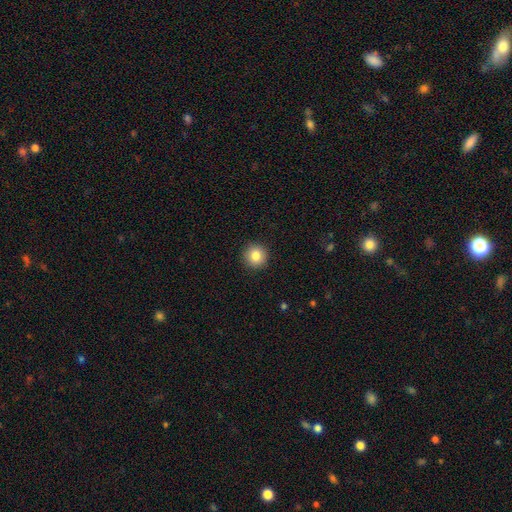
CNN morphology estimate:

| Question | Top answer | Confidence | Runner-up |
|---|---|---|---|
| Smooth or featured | smooth | 84% | star or artifact (10%) |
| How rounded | round | 95% | in between (4%) |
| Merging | none | 92% | minor disturbance (5%) |